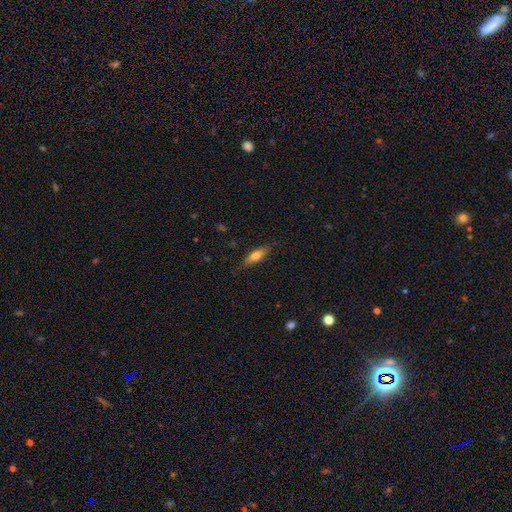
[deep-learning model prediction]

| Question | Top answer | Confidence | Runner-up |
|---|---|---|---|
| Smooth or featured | smooth | 61% | featured or disk (33%) |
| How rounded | cigar-shaped | 58% | in between (40%) |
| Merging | none | 81% | minor disturbance (15%) |